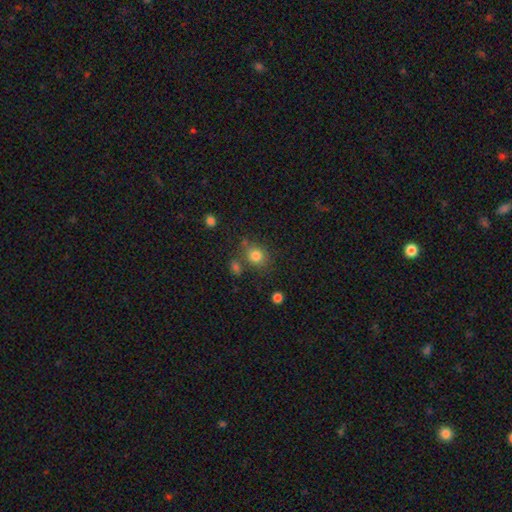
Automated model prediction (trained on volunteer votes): smooth_or_featured: smooth (p=0.81) [alt: star or artifact p=0.12]
how_rounded: round (p=0.69) [alt: in between p=0.30]
merging: none (p=0.71) [alt: minor disturbance p=0.14]